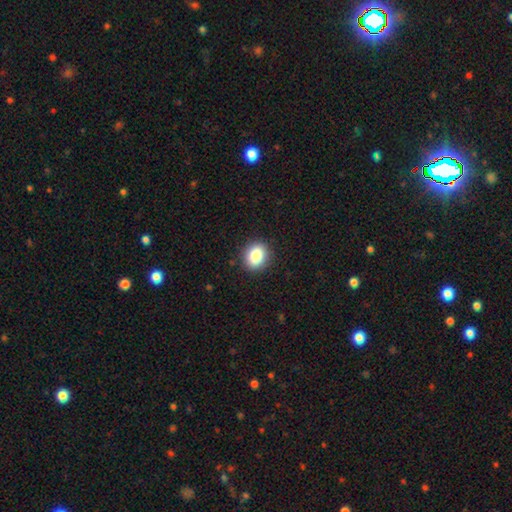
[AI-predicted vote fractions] smooth-or-featured: smooth: 84% | star or artifact: 9% | featured or disk: 6%
  how-rounded: round: 62% | in between: 37% | cigar-shaped: 1%
  merging: none: 90% | minor disturbance: 7% | major disturbance: 2% | merger: 1%